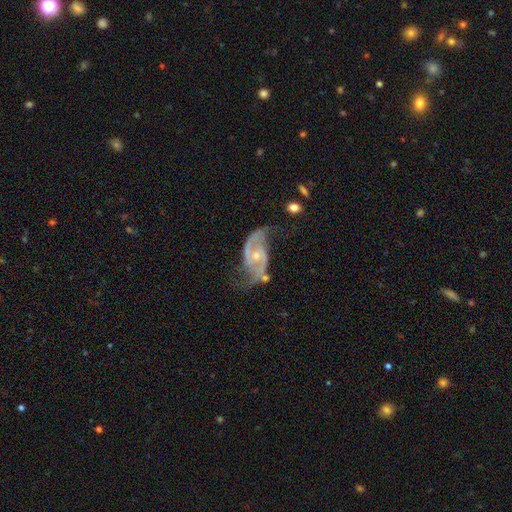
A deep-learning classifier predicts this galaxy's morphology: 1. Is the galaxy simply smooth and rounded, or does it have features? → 89% featured or disk, 6% star or artifact, 5% smooth.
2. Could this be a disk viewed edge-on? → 96% no, 4% yes.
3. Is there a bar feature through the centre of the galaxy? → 55% no, 35% weak, 10% strong.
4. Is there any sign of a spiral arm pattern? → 96% yes, 4% no.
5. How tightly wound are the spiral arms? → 44% medium, 41% loose, 15% tight.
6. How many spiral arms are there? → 90% 2, 4% can't tell, 2% 3, 2% 1, 1% 4, 1% more than 4.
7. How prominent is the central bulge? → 54% small, 42% moderate, 2% none, 1% large, 1% dominant.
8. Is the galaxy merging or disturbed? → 55% none, 23% minor disturbance, 17% major disturbance, 5% merger.